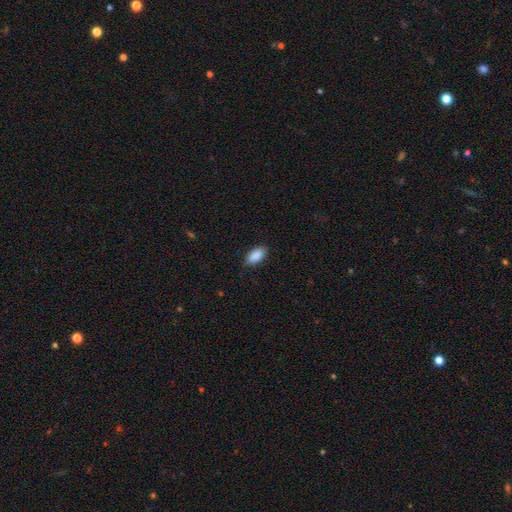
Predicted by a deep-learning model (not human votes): Smooth or featured?
  - smooth: 90% *
  - star or artifact: 7%
  - featured or disk: 4%
How rounded?
  - in between: 93% *
  - cigar-shaped: 4%
  - round: 3%
Merging?
  - none: 82% *
  - minor disturbance: 14%
  - major disturbance: 3%
  - merger: 1%